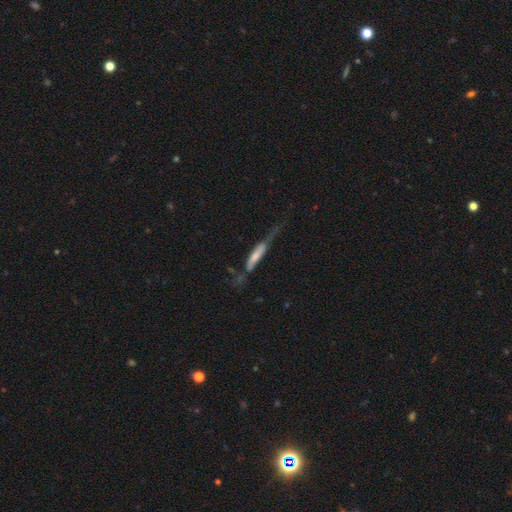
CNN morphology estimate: Smooth or featured?
  - smooth: 55% *
  - featured or disk: 38%
  - star or artifact: 6%
How rounded?
  - cigar-shaped: 80% *
  - in between: 18%
  - round: 2%
Merging?
  - major disturbance: 35% *
  - minor disturbance: 29%
  - none: 29%
  - merger: 7%